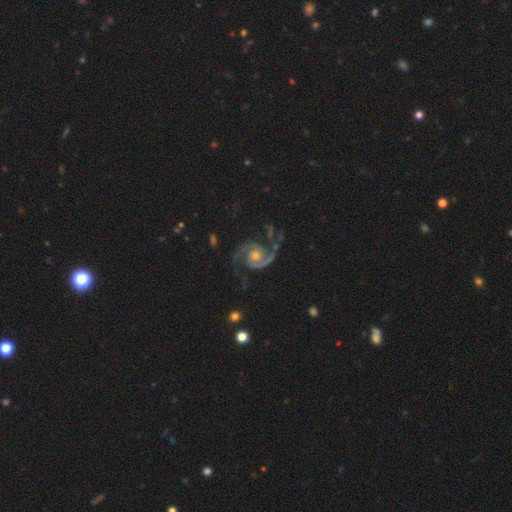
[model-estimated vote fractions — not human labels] Smooth or featured? featured or disk (93%)
Edge-on disk? no (98%)
Bar? no (70%)
Spiral arms? yes (99%)
Spiral winding? medium (60%)
Spiral arm count? 2 (94%)
Bulge size? moderate (58%)
Merging? none (76%)